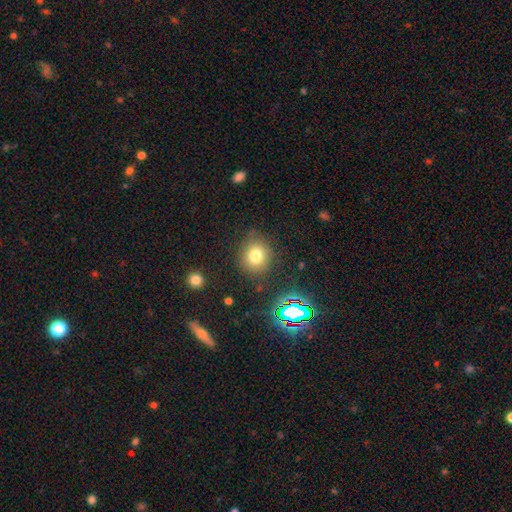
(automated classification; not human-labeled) Overall: smooth (75%). How rounded: round (83%). Merging: none (80%).